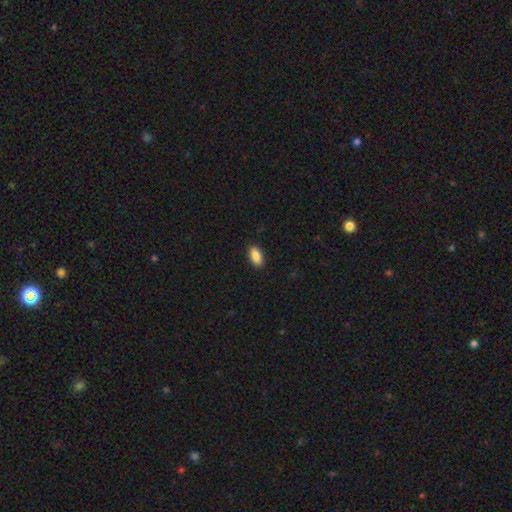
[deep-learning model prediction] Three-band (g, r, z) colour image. It shows a smooth galaxy with no disk features (88%) that is in between round and cigar-shaped (91%). Merging: none (89%).